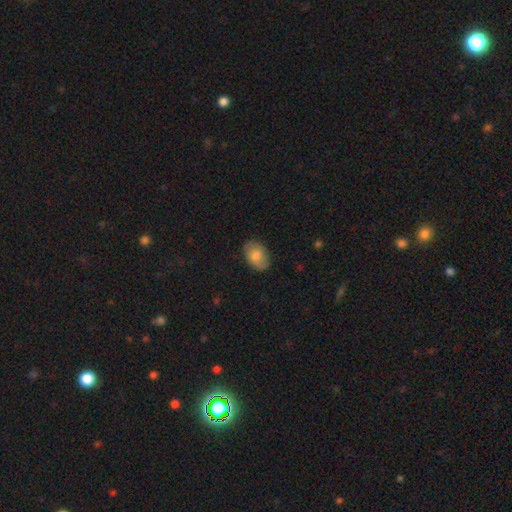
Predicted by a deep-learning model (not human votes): Smooth or featured? Predicted: smooth (p=0.76). How rounded? Predicted: in between (p=0.84). Merging? Predicted: none (p=0.80).